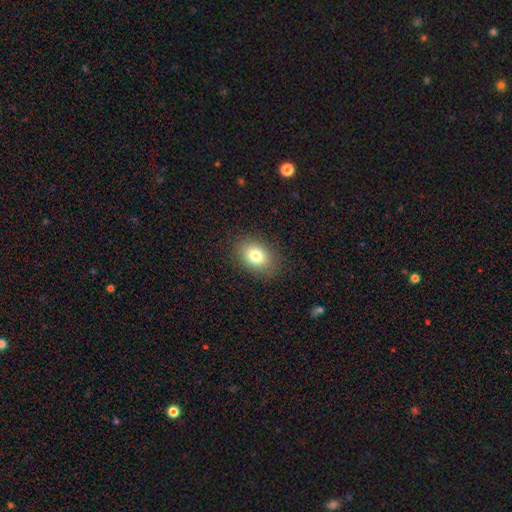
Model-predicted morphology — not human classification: Smooth or featured: smooth — 80% (star or artifact — 11%)
How rounded: in between — 67% (round — 32%)
Merging: none — 87% (minor disturbance — 9%)